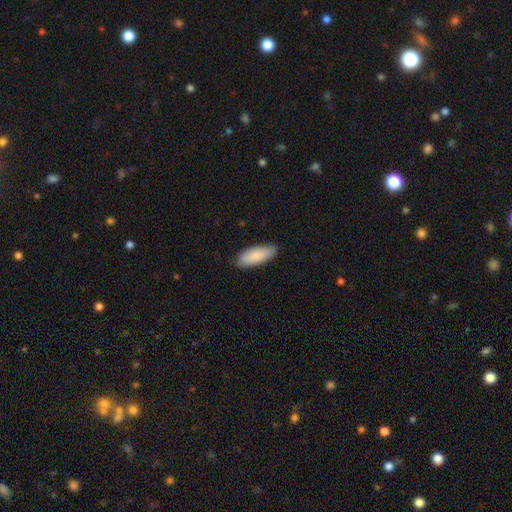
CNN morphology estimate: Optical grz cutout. It shows a smooth galaxy with no disk features (87%) that is in between round and cigar-shaped (76%). Merging: none (85%).